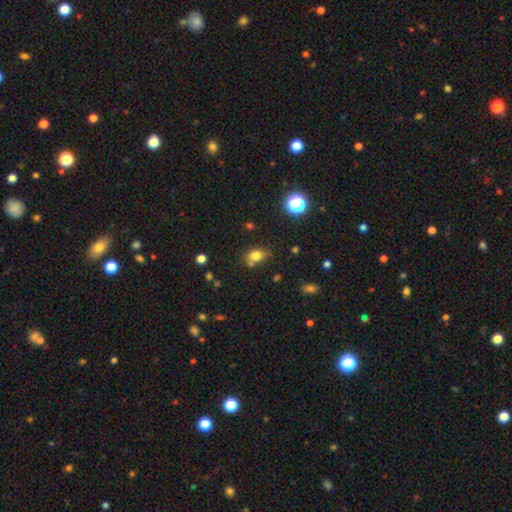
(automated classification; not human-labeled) This is likely a smooth galaxy (77%). How rounded: likely in between (64%). Merging: likely none (61%).